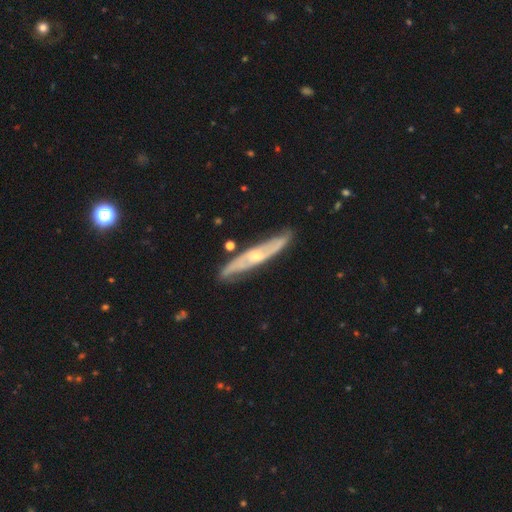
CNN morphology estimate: A featured or disk galaxy (74%) viewed edge-on (52%). Merging: none (81%).